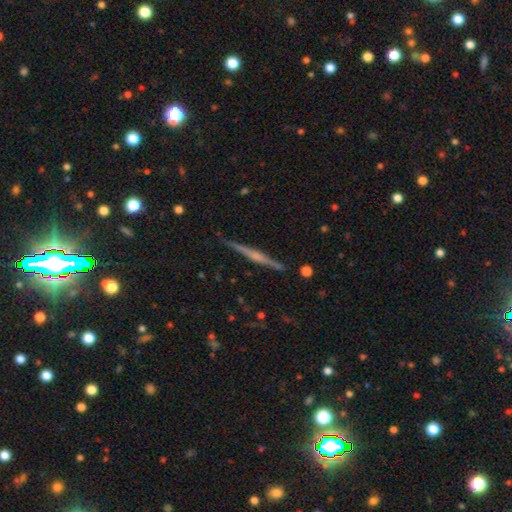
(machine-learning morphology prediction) A featured or disk galaxy (76%) viewed edge-on (98%) with a rounded central bulge (57%).

Vote fractions:
- Smooth or featured? featured or disk: 76% / smooth: 18% / star or artifact: 7%
- Edge-on disk? yes: 98% / no: 2%
- Edge-on bulge? rounded: 57% / none: 25% / boxy: 18%
- Merging? none: 89% / minor disturbance: 8% / major disturbance: 2% / merger: 1%